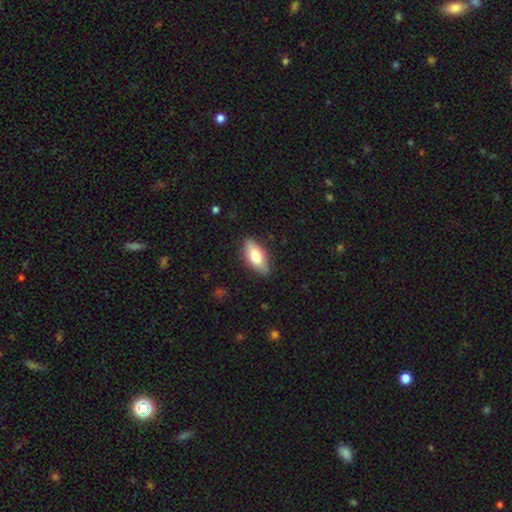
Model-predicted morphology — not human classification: Overall: smooth (74%). How rounded: in between (87%). Merging: none (83%).